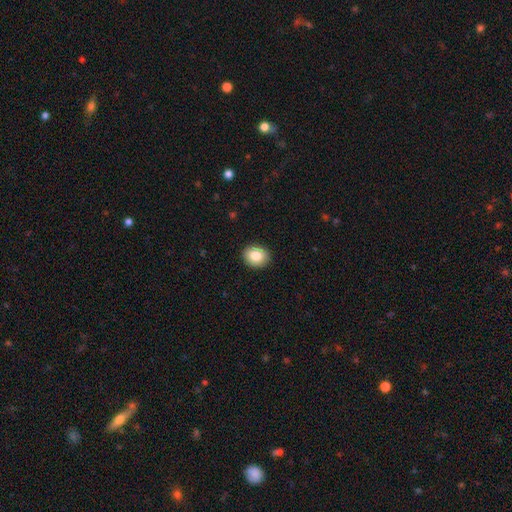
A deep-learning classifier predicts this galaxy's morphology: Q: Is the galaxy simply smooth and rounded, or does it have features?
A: smooth — 85%.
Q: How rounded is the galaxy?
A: round — 57%.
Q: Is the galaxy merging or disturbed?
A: none — 91%.